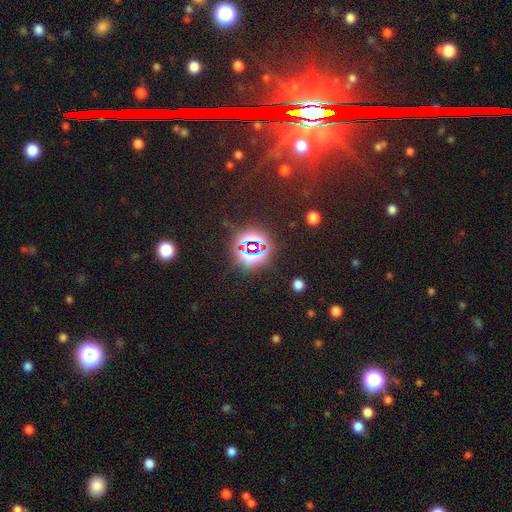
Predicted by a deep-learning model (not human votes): Q: Smooth or featured?
A: star or artifact (77%); runner-up: smooth (14%)